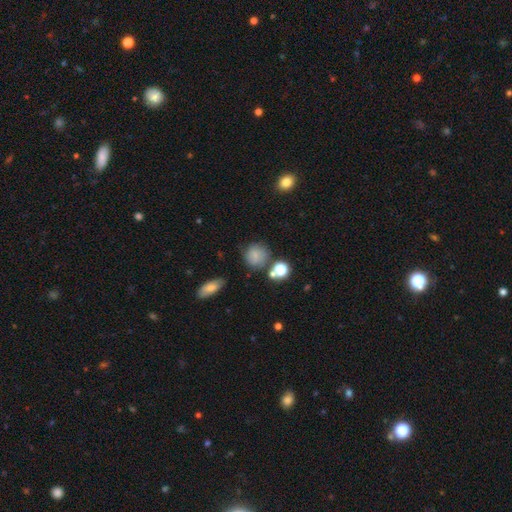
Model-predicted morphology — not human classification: Smooth or featured? Predicted: smooth (p=0.76). How rounded? Predicted: round (p=0.87). Merging? Predicted: none (p=0.67).